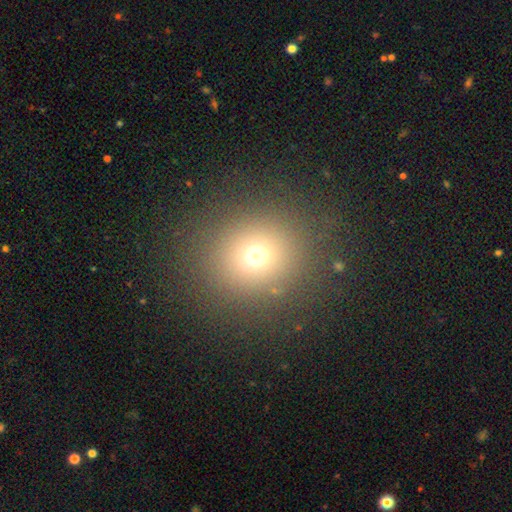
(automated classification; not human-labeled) smooth-or-featured: smooth: 69% | star or artifact: 21% | featured or disk: 10%
  how-rounded: round: 85% | in between: 14% | cigar-shaped: 1%
  merging: none: 86% | minor disturbance: 7% | major disturbance: 5% | merger: 2%